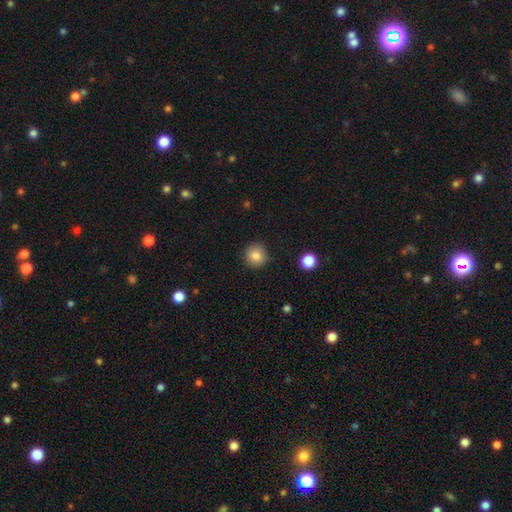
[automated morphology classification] Smooth or featured?
  - smooth: 85% *
  - star or artifact: 9%
  - featured or disk: 6%
How rounded?
  - round: 93% *
  - in between: 6%
  - cigar-shaped: 1%
Merging?
  - none: 89% *
  - minor disturbance: 7%
  - major disturbance: 2%
  - merger: 1%